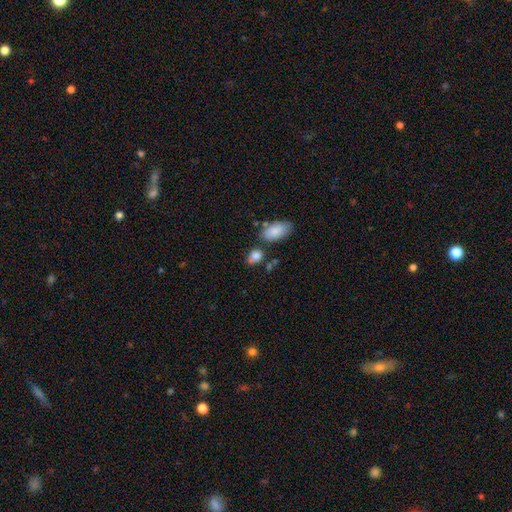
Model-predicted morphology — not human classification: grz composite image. It shows a smooth galaxy with no disk features (84%) that is in between round and cigar-shaped (76%). Merging: none (59%).